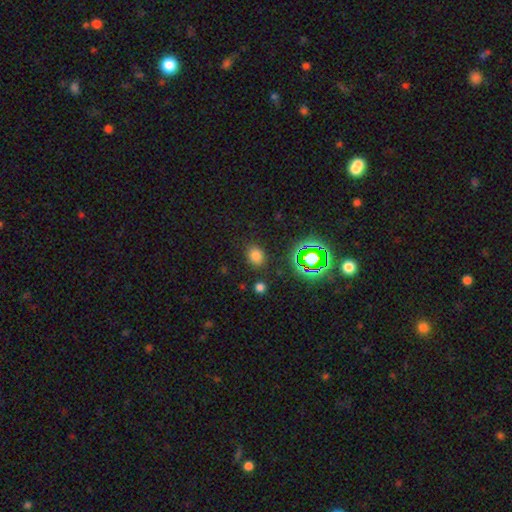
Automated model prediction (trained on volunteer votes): smooth 71%, star or artifact 22%, featured or disk 7%. Down the decision tree: how rounded — in between (51%); merging — none (84%).